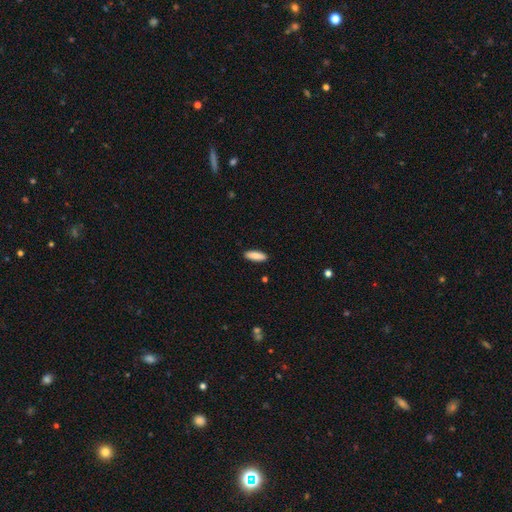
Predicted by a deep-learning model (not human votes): Smooth or featured?
  - smooth: 84% *
  - featured or disk: 10%
  - star or artifact: 6%
How rounded?
  - in between: 58% *
  - cigar-shaped: 40%
  - round: 2%
Merging?
  - none: 90% *
  - minor disturbance: 7%
  - major disturbance: 2%
  - merger: 1%